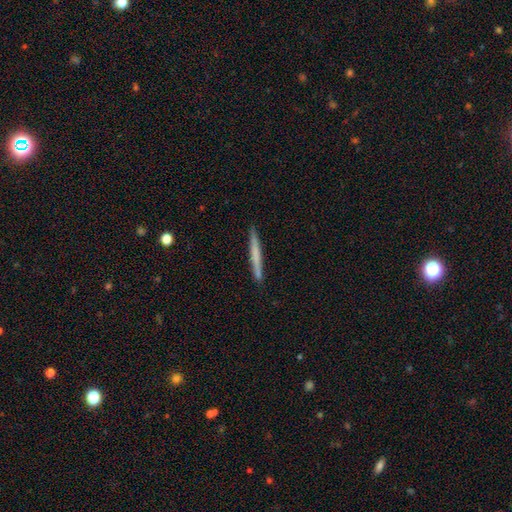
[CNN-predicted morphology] This is possibly a smooth galaxy (57%). How rounded: clearly cigar-shaped (97%). Merging: clearly none (90%).